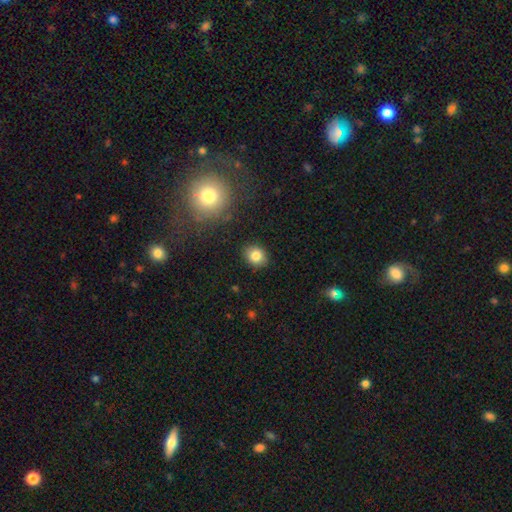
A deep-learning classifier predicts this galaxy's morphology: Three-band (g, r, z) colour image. It shows a smooth galaxy with no disk features (83%) that is round (58%). Merging: none (88%).